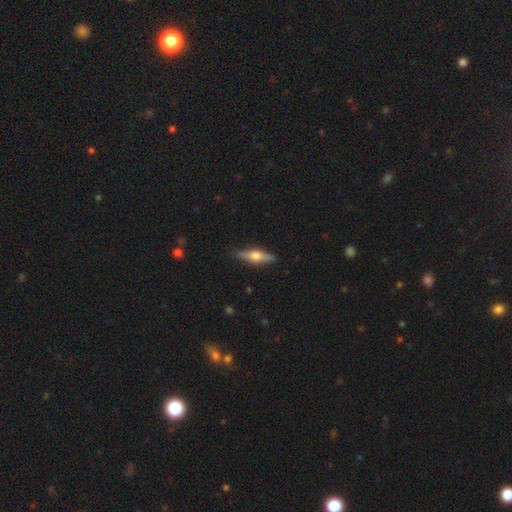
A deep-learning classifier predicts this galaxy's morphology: smooth_or_featured: featured or disk (p=0.60) [alt: smooth p=0.34]
disk_edge_on: yes (p=0.95) [alt: no p=0.05]
edge_on_bulge: rounded (p=0.92) [alt: boxy p=0.06]
merging: none (p=0.87) [alt: minor disturbance p=0.10]